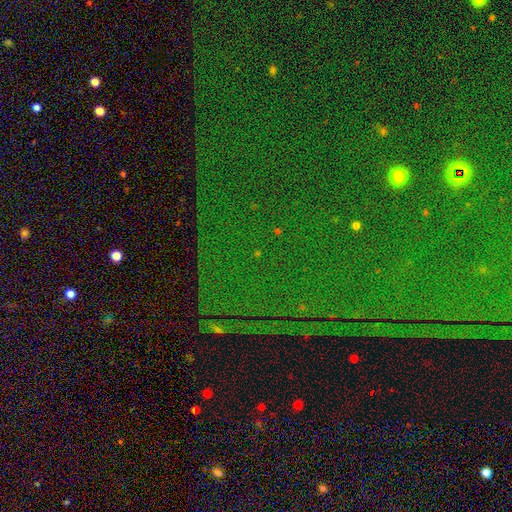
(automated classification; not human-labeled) Morphology: type=star or artifact (86%).